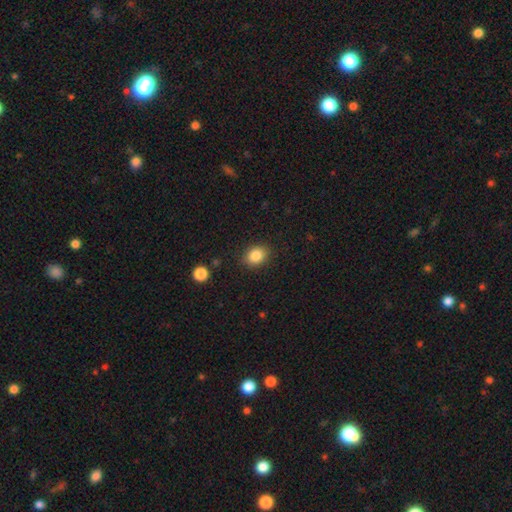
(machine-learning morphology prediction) A smooth galaxy with no disk features (85%) that is in between round and cigar-shaped (55%).

Vote fractions:
- Smooth or featured? smooth: 85% / star or artifact: 9% / featured or disk: 5%
- How rounded? in between: 55% / round: 44% / cigar-shaped: 1%
- Merging? none: 86% / minor disturbance: 10% / major disturbance: 3% / merger: 1%